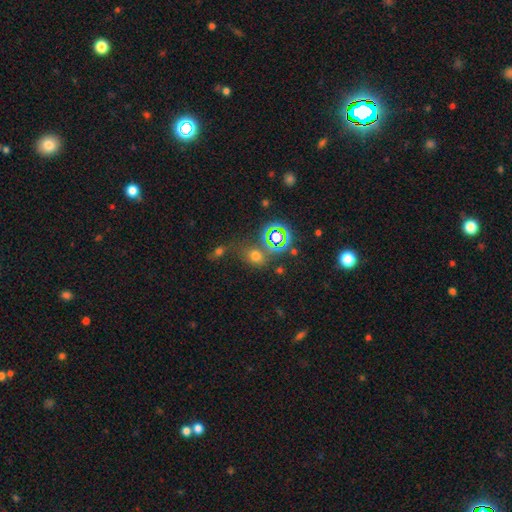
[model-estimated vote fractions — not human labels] Smooth or featured: smooth — 57% (star or artifact — 34%)
How rounded: round — 59% (in between — 39%)
Merging: none — 63% (merger — 16%)